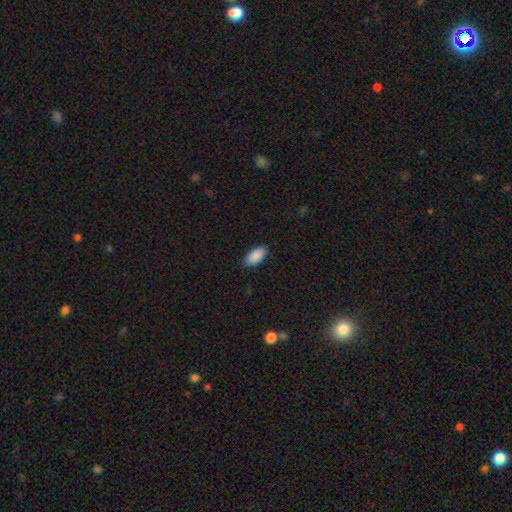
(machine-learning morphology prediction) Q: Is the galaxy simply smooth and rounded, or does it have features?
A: smooth — 90%.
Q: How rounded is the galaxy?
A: in between — 92%.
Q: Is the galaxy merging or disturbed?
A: none — 87%.